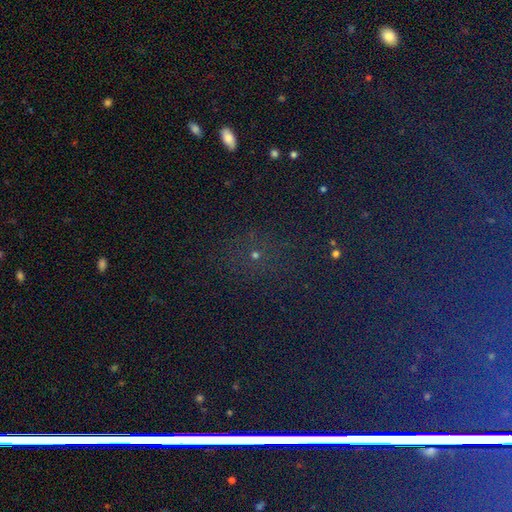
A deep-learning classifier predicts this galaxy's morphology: A star or artifact, not a galaxy (57%).

Vote fractions:
- Smooth or featured? star or artifact: 57% / smooth: 32% / featured or disk: 11%